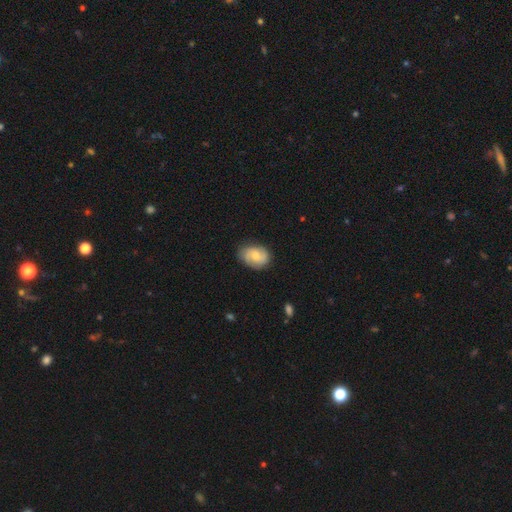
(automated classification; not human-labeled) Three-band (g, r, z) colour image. It shows a featured or disk galaxy (54%) with no bar (61%), spiral arms (90%) and a moderate central bulge (48%). Merging: none (77%).